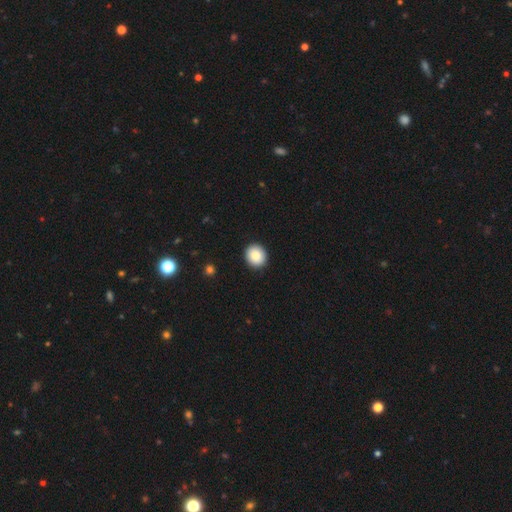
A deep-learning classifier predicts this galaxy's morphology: This appears to be a smooth galaxy with no disk features (86%) that is round (82%). Merging: none (92%).